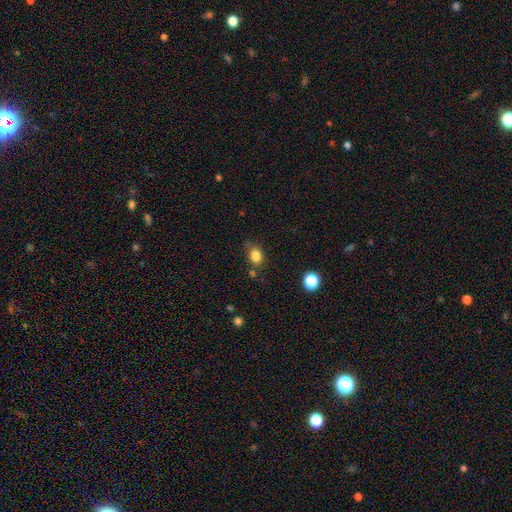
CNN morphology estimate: smooth_or_featured: smooth (p=0.83) [alt: star or artifact p=0.11]
how_rounded: in between (p=0.56) [alt: round p=0.43]
merging: none (p=0.63) [alt: minor disturbance p=0.24]